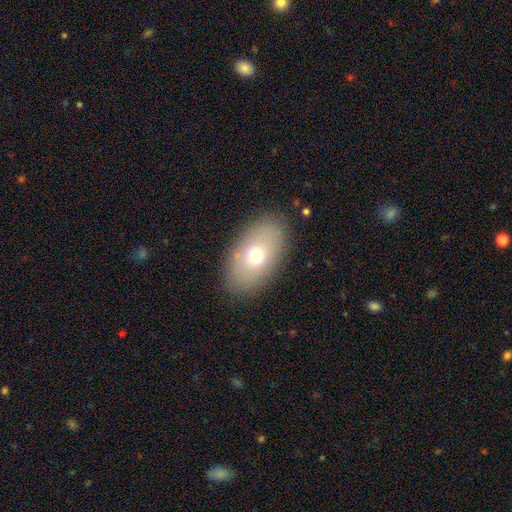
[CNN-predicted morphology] This is likely a smooth galaxy (68%). How rounded: clearly in between (90%). Merging: clearly none (85%).